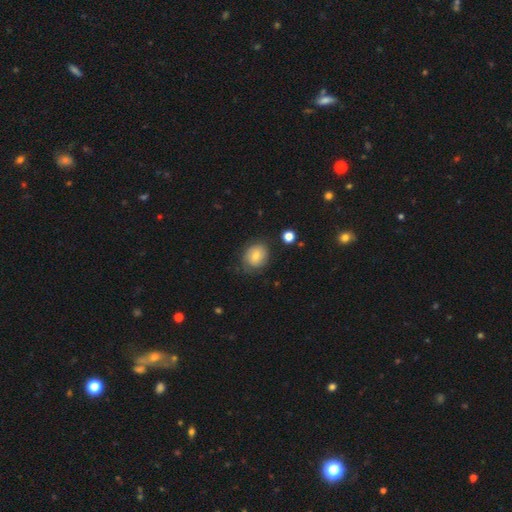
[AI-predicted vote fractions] This appears to be a smooth galaxy with no disk features (63%) that is round (64%). Merging: none (71%).